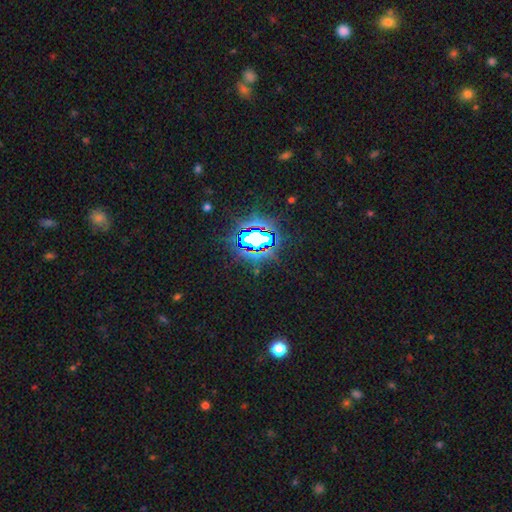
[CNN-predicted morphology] smooth-or-featured: star or artifact: 80% | smooth: 12% | featured or disk: 8%